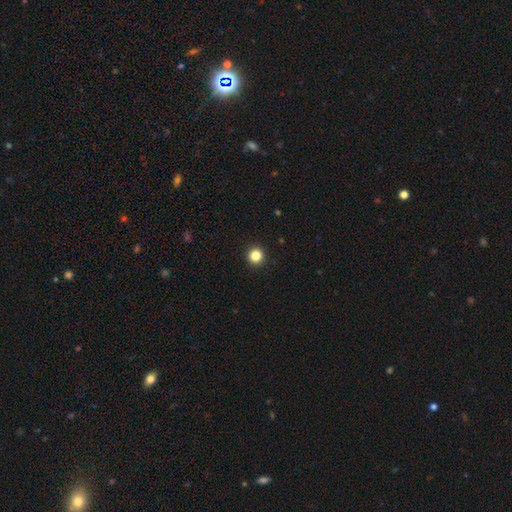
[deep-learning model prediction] Morphology: type=smooth (85%); roundness=round (96%); merging=none (94%).